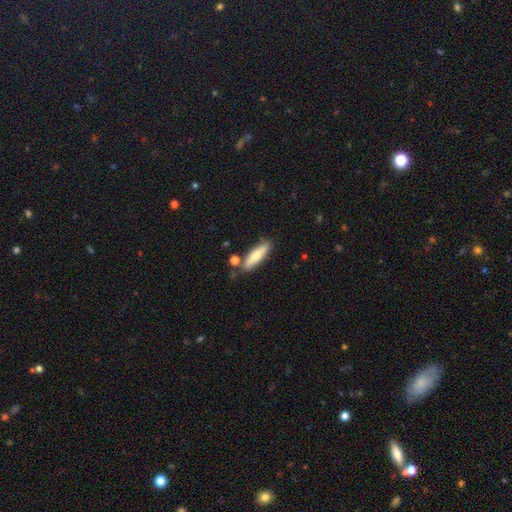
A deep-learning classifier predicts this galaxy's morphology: Smooth or featured? Predicted: smooth (p=0.70). How rounded? Predicted: cigar-shaped (p=0.66). Merging? Predicted: none (p=0.76).